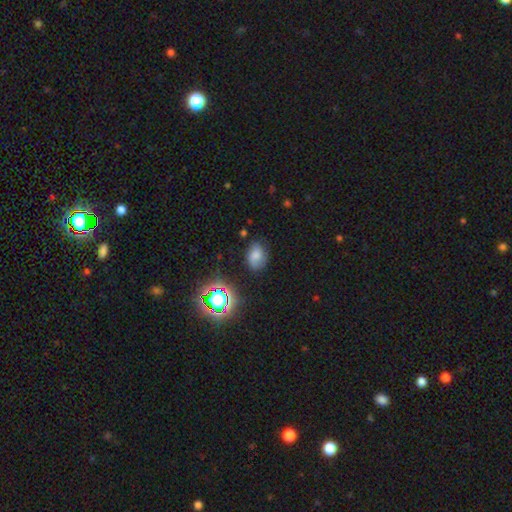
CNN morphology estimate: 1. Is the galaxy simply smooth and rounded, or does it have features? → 64% smooth, 18% featured or disk, 18% star or artifact.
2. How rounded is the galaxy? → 73% in between, 26% round, 1% cigar-shaped.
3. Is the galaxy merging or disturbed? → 69% none, 23% minor disturbance, 6% major disturbance, 2% merger.